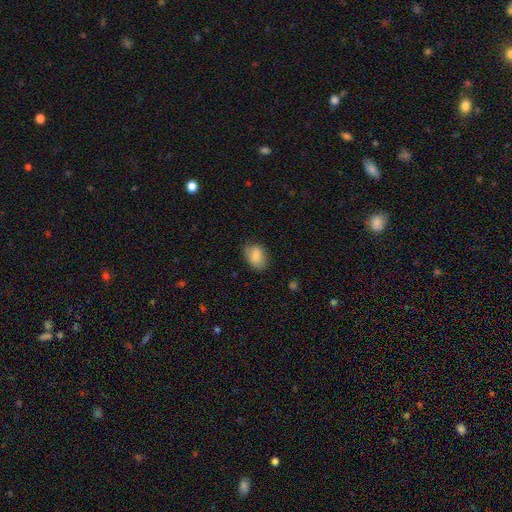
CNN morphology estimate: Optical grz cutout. It shows a smooth galaxy with no disk features (82%) that is in between round and cigar-shaped (79%). Merging: none (77%).